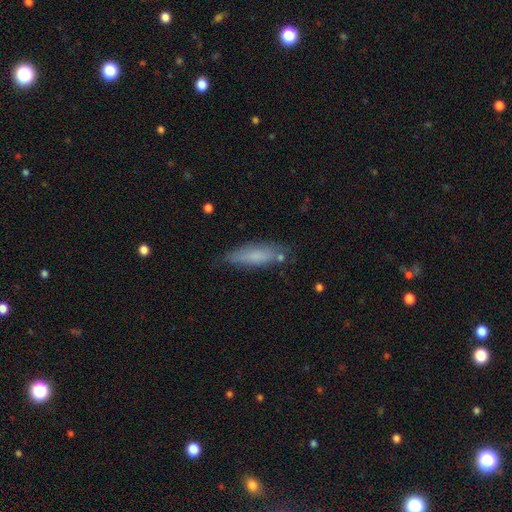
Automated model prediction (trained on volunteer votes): Smooth or featured? smooth (74%)
How rounded? cigar-shaped (59%)
Merging? none (69%)